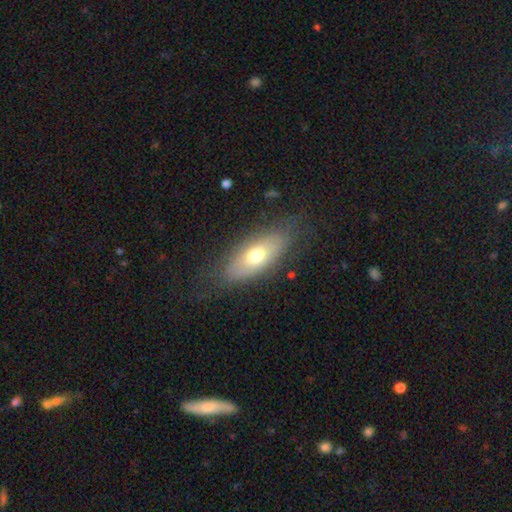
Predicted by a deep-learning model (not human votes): Q: Smooth or featured?
A: smooth (64%); runner-up: featured or disk (28%)
Q: How rounded?
A: in between (79%); runner-up: cigar-shaped (17%)
Q: Merging?
A: none (76%); runner-up: minor disturbance (16%)